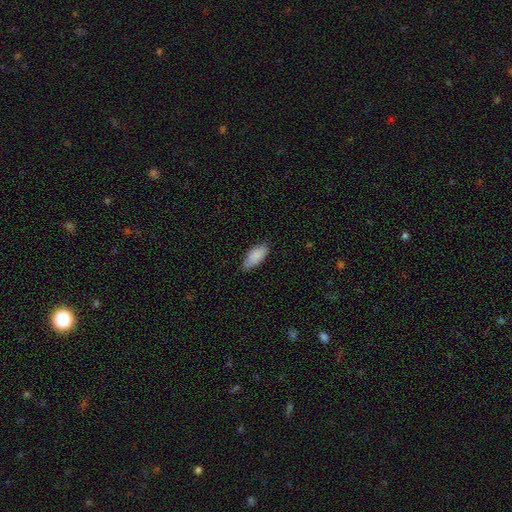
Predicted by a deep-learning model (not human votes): Morphology: type=smooth (88%); roundness=in between (87%); merging=none (71%).